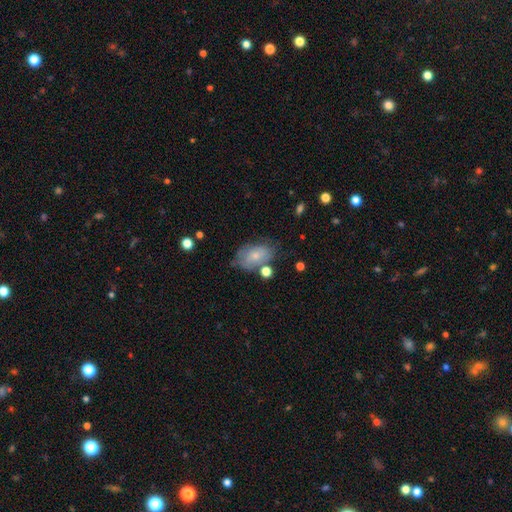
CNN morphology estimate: Q: Smooth or featured?
A: smooth (64%); runner-up: featured or disk (28%)
Q: How rounded?
A: in between (88%); runner-up: round (11%)
Q: Merging?
A: none (55%); runner-up: minor disturbance (26%)